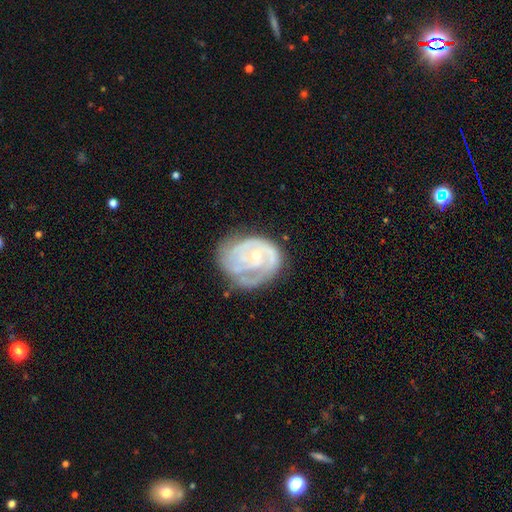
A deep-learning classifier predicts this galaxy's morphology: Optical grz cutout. It shows a featured or disk galaxy (81%) with no bar (75%), 2 (33%) tight (65%) spiral arms (90%) and a small central bulge (69%). Merging: none (52%).